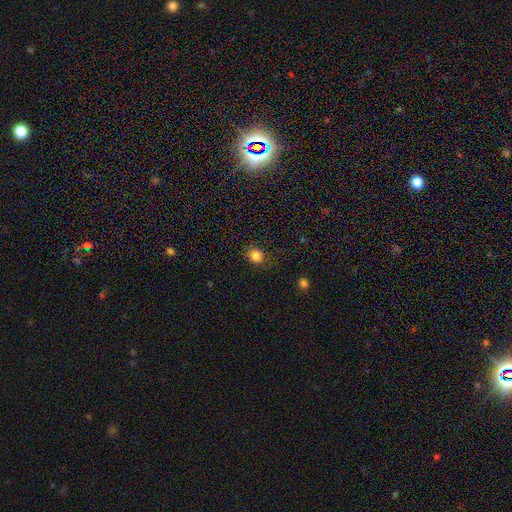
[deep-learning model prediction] A smooth galaxy with no disk features (83%) that is round (79%).

Vote fractions:
- Smooth or featured? smooth: 83% / star or artifact: 12% / featured or disk: 5%
- How rounded? round: 79% / in between: 20% / cigar-shaped: 1%
- Merging? none: 83% / minor disturbance: 13% / major disturbance: 4% / merger: 1%